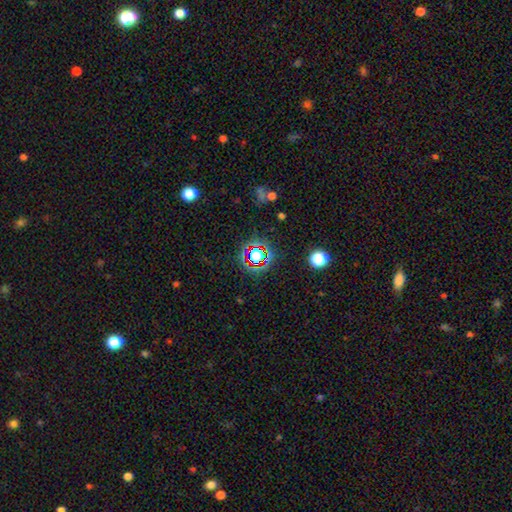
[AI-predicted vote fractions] Q: Smooth or featured?
A: star or artifact (66%); runner-up: smooth (22%)